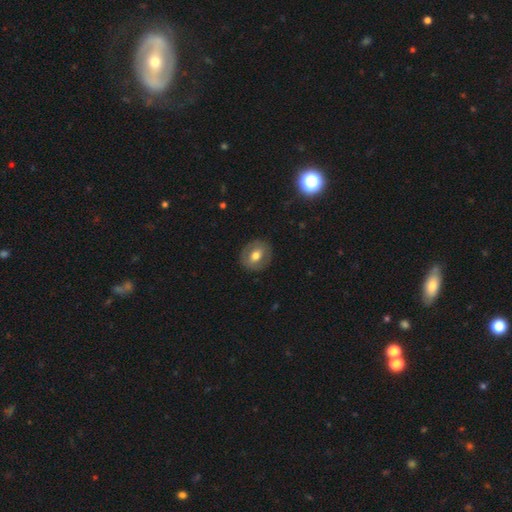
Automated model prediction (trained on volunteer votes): A smooth galaxy with no disk features (58%) that is round (67%). Merging: none (87%).